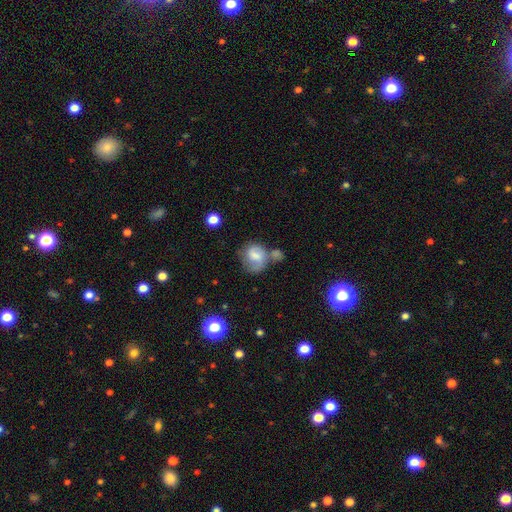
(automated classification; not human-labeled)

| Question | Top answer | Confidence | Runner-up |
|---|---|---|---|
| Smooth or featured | smooth | 58% | featured or disk (32%) |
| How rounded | round | 60% | in between (38%) |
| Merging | none | 34% | merger (27%) |